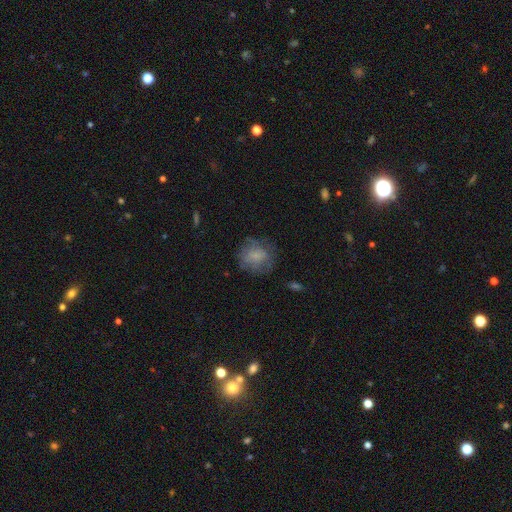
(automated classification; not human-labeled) smooth_or_featured: smooth (p=0.67) [alt: featured or disk p=0.23]
how_rounded: round (p=0.76) [alt: in between p=0.22]
merging: none (p=0.65) [alt: minor disturbance p=0.21]